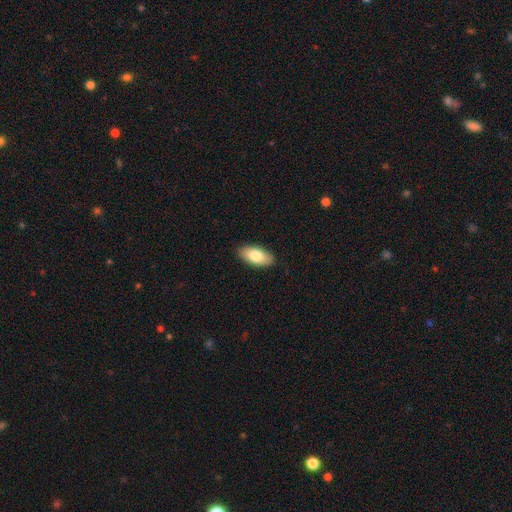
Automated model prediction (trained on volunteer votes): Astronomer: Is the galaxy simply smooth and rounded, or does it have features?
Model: smooth — 81%.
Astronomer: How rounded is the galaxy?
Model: in between — 92%.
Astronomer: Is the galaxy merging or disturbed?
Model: none — 89%.